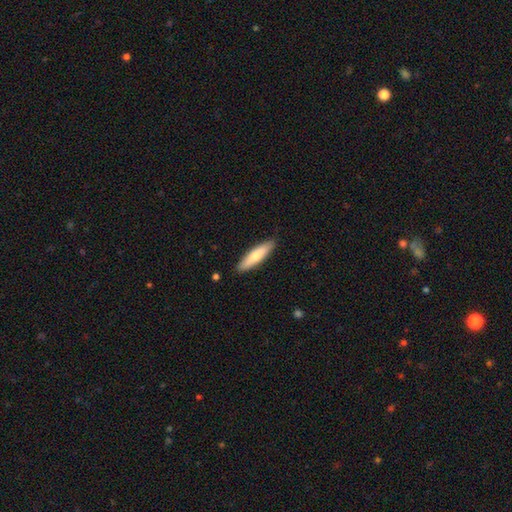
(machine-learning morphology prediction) This appears to be a smooth galaxy with no disk features (67%) that is cigar-shaped (75%). Merging: none (89%).